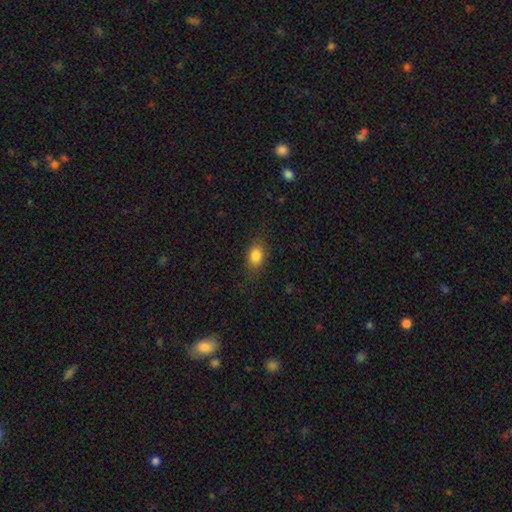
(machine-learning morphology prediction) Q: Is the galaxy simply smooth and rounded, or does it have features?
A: smooth — 84%.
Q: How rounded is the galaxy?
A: in between — 76%.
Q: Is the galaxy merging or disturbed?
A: none — 81%.